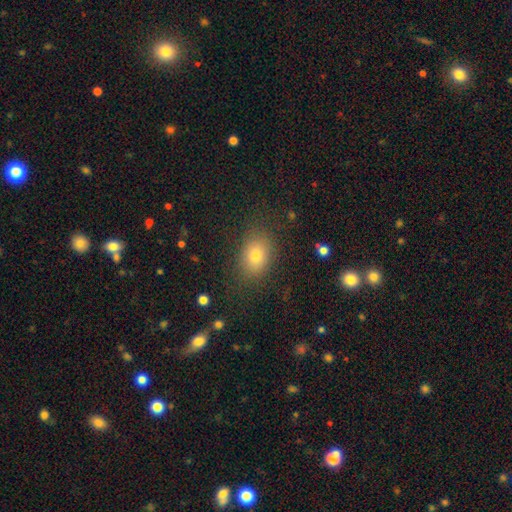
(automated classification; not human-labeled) This is likely a smooth galaxy (77%). How rounded: likely in between (70%). Merging: clearly none (81%).